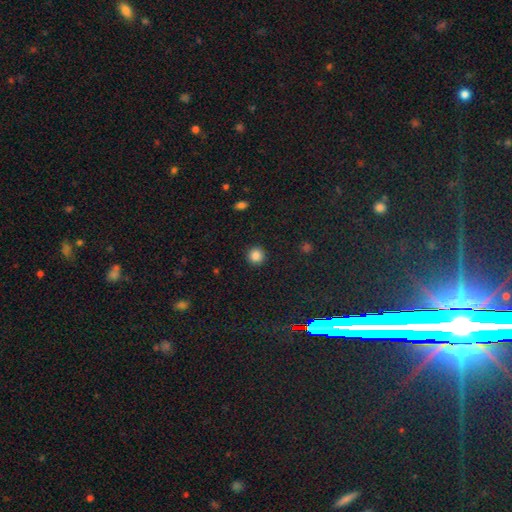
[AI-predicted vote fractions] This appears to be a smooth galaxy with no disk features (86%) that is round (94%). Merging: none (92%).